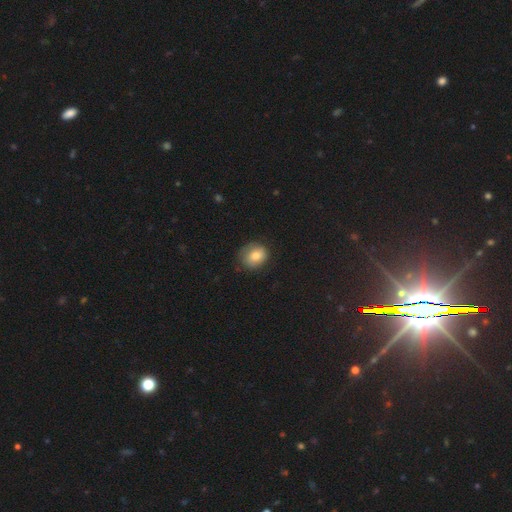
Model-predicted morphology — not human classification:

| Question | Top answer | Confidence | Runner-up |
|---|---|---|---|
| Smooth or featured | smooth | 78% | featured or disk (13%) |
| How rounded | round | 68% | in between (31%) |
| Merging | none | 71% | minor disturbance (22%) |